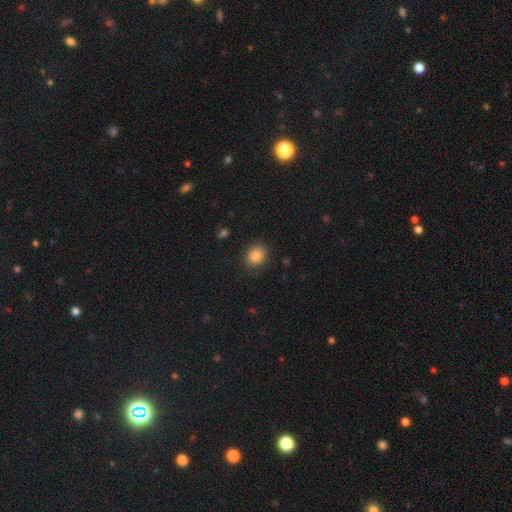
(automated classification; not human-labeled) smooth-or-featured: smooth: 85% | star or artifact: 9% | featured or disk: 6%
  how-rounded: round: 55% | in between: 44% | cigar-shaped: 1%
  merging: none: 81% | minor disturbance: 14% | major disturbance: 4% | merger: 1%